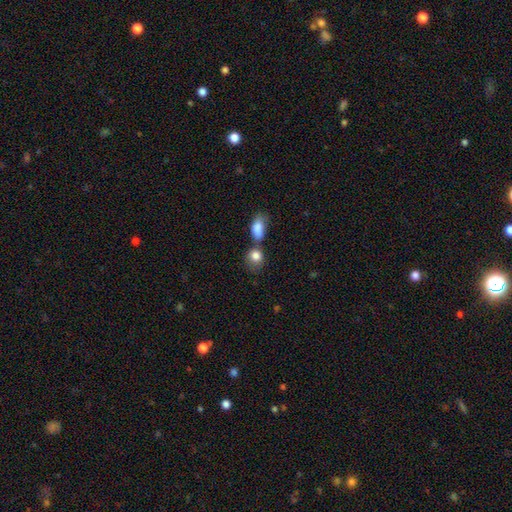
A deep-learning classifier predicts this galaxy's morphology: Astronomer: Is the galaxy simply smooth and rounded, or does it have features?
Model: smooth — 84%.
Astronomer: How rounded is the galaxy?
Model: round — 58% (runner-up: in between, 40%).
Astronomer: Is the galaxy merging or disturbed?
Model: merger — 41% (runner-up: none, 39%).